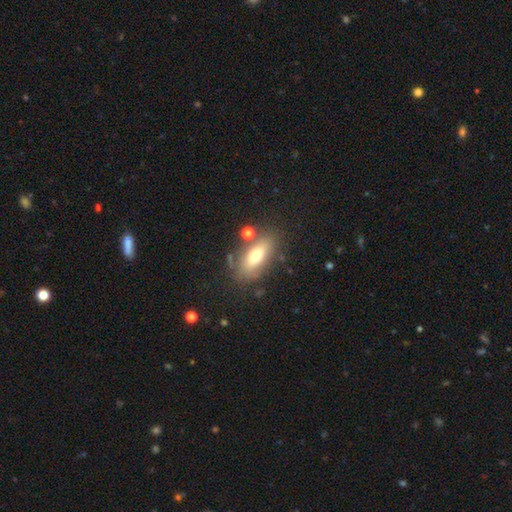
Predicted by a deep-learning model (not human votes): Morphology: type=smooth (67%); roundness=in between (77%); merging=none (74%).